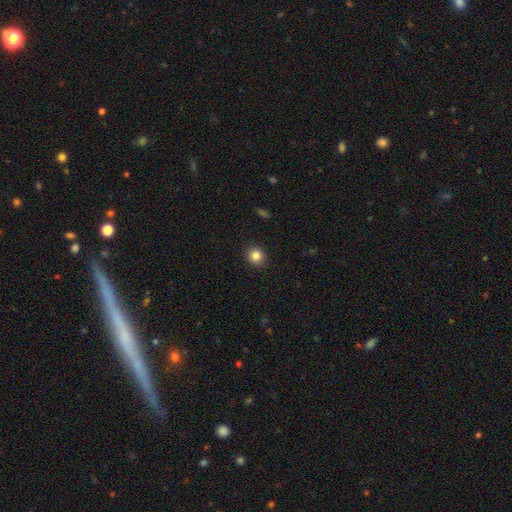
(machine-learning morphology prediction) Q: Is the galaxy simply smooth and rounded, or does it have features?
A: smooth — 84%.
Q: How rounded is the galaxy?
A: round — 85%.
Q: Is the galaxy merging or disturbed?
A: none — 91%.